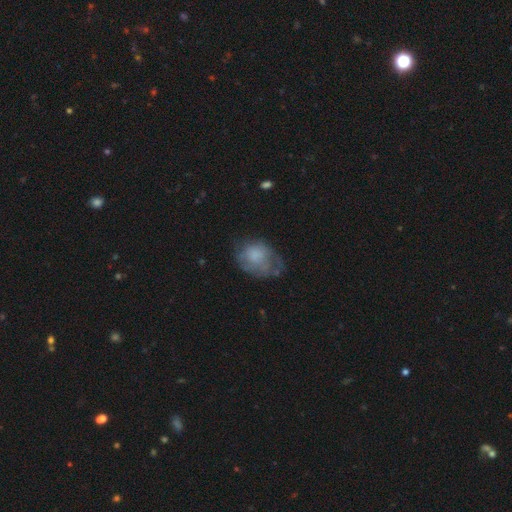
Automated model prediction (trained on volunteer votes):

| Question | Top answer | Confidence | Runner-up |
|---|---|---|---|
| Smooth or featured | smooth | 58% | featured or disk (33%) |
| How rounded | in between | 67% | round (32%) |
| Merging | none | 39% | minor disturbance (32%) |